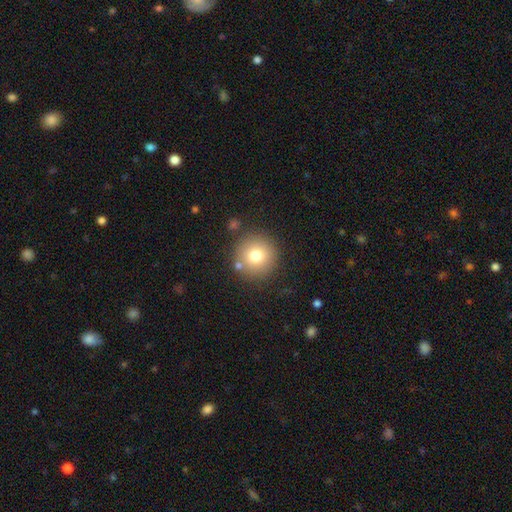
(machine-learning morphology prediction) type=smooth (75%); roundness=round (95%); merging=none (84%).